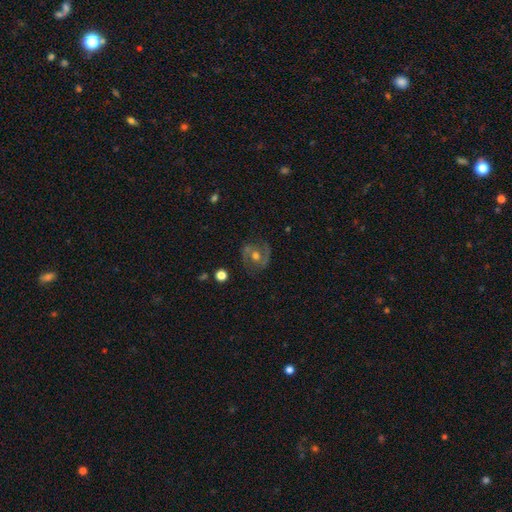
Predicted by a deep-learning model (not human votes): A featured or disk galaxy (78%) with no bar (53%), 2 (87%) medium (53%) spiral arms (90%) and a moderate central bulge (72%). Merging: none (78%).